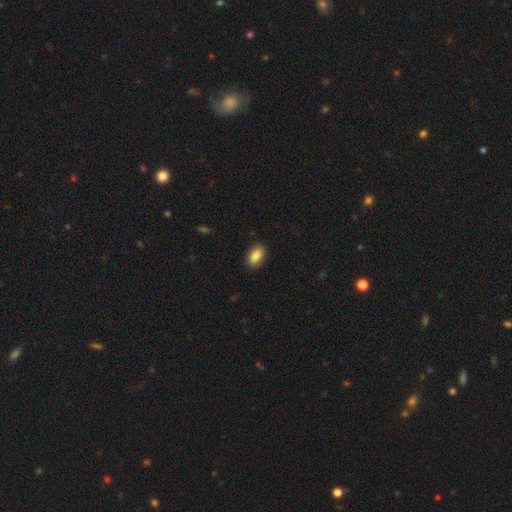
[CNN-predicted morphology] This is clearly a smooth galaxy (84%). How rounded: clearly in between (89%). Merging: clearly none (87%).